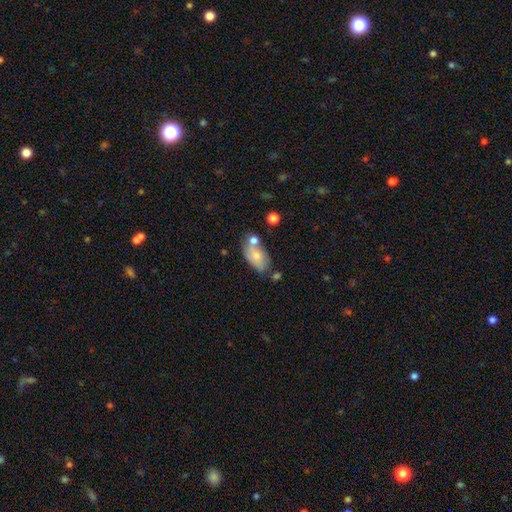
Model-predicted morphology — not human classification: A smooth galaxy with no disk features (69%) that is in between round and cigar-shaped (91%). Merging: none (48%).